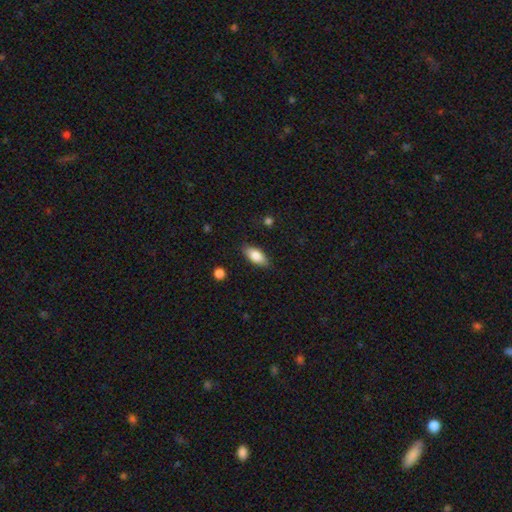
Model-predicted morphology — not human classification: The model was most divided on "smooth or featured": smooth: 82%, featured or disk: 11%, star or artifact: 7%. More confident: how rounded — in between (88%); merging — none (84%).